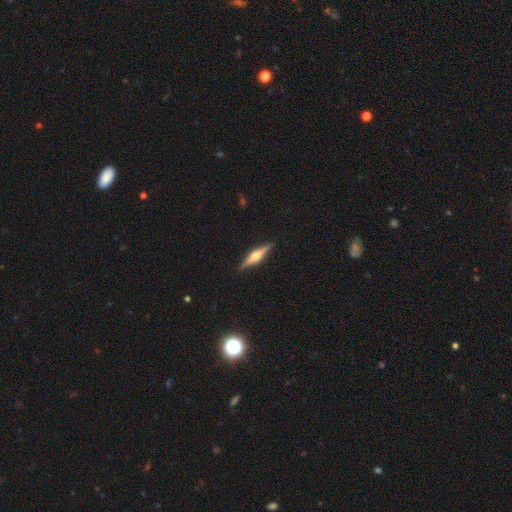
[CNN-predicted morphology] smooth_or_featured: featured or disk (p=0.72) [alt: smooth p=0.22]
disk_edge_on: yes (p=0.98) [alt: no p=0.02]
edge_on_bulge: rounded (p=0.86) [alt: boxy p=0.11]
merging: none (p=0.90) [alt: minor disturbance p=0.07]